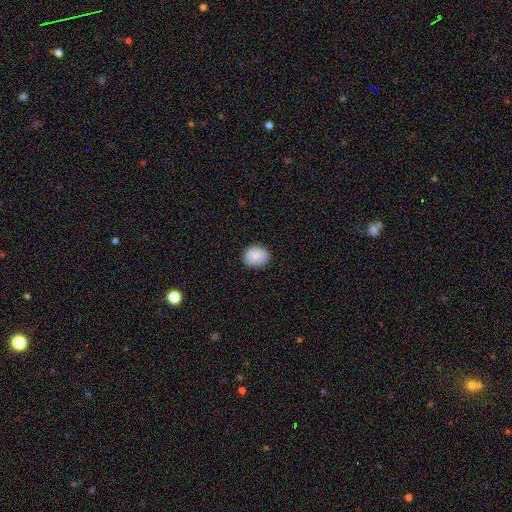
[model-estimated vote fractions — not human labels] smooth-or-featured: smooth: 87% | star or artifact: 8% | featured or disk: 5%
  how-rounded: round: 54% | in between: 45% | cigar-shaped: 1%
  merging: none: 86% | minor disturbance: 11% | major disturbance: 2% | merger: 1%